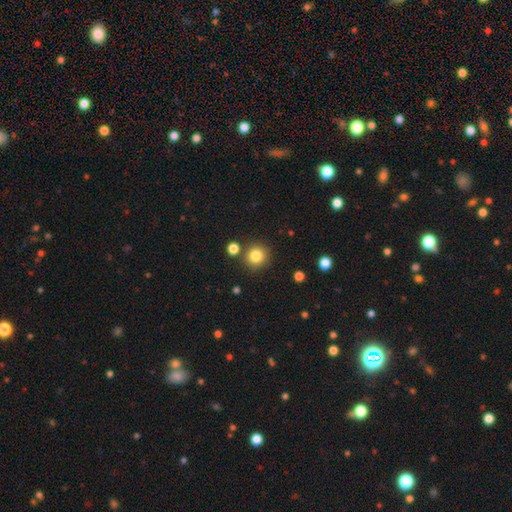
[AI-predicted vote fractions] smooth 83%, star or artifact 11%, featured or disk 6%. Down the decision tree: how rounded — round (92%); merging — none (83%).